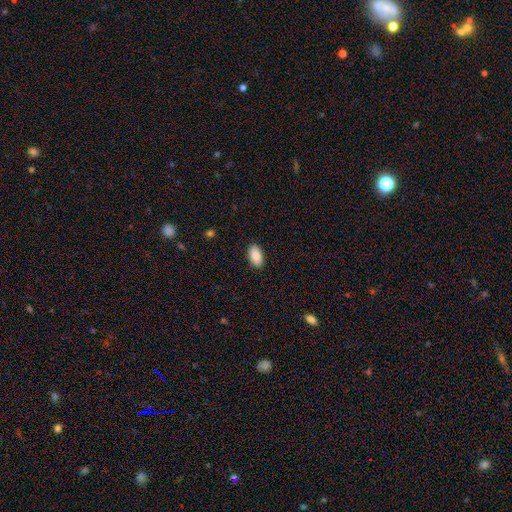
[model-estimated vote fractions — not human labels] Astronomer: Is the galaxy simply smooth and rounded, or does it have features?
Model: smooth — 88%.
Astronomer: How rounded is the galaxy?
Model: in between — 94%.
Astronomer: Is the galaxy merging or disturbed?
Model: none — 88%.